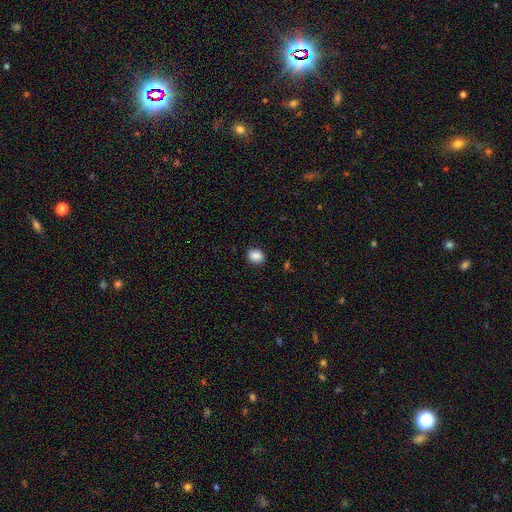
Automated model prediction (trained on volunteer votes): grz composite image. It shows a smooth galaxy with no disk features (88%) that is round (52%). Merging: none (89%).